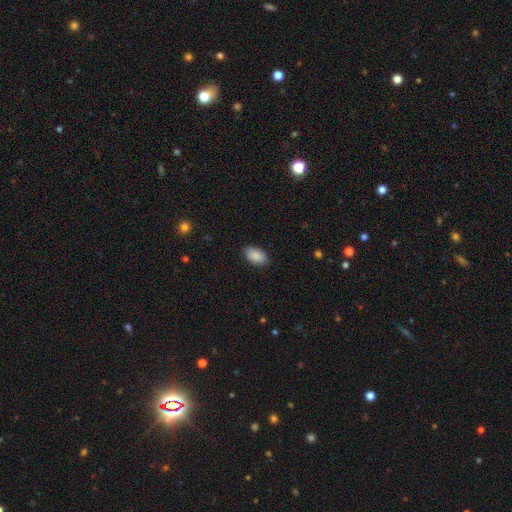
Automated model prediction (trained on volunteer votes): This is clearly a smooth galaxy (89%). How rounded: clearly in between (94%). Merging: clearly none (86%).